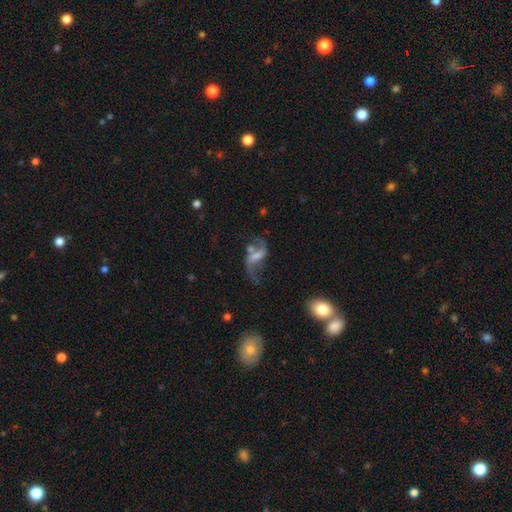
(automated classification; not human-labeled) A featured or disk galaxy (77%) with a weak bar (45%), 2 (83%) loose (85%) spiral arms (86%) and a small central bulge (34%). Merging: none (39%).